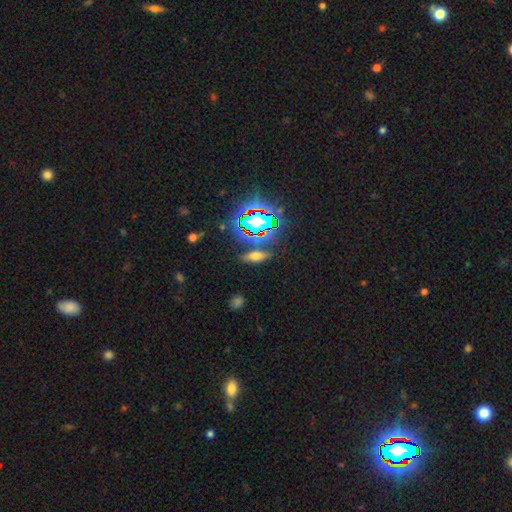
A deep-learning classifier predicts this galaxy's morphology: A smooth galaxy with no disk features (48%). Merging: none (79%).